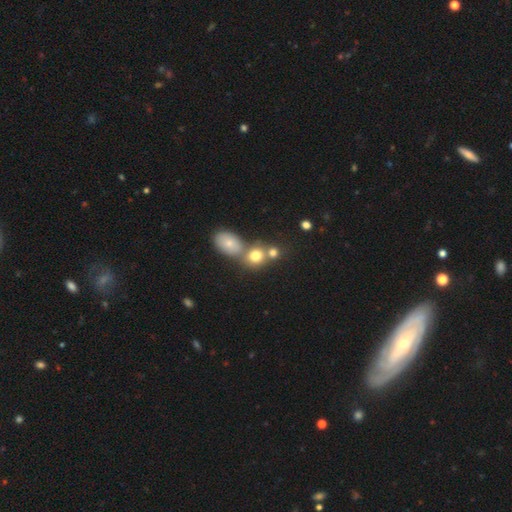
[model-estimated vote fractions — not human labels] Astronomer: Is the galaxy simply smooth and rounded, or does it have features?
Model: smooth — 74%.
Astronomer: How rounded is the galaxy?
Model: round — 68%.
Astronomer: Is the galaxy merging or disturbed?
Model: merger — 44% (runner-up: none, 43%).